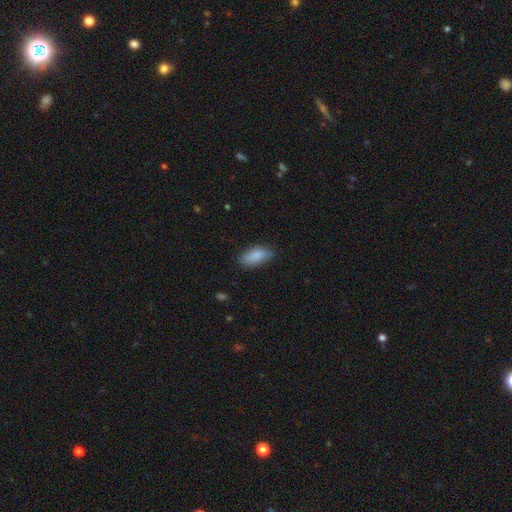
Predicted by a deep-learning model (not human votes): Smooth or featured?
  - smooth: 84% *
  - featured or disk: 10%
  - star or artifact: 6%
How rounded?
  - in between: 84% *
  - cigar-shaped: 14%
  - round: 2%
Merging?
  - none: 78% *
  - minor disturbance: 18%
  - major disturbance: 3%
  - merger: 1%